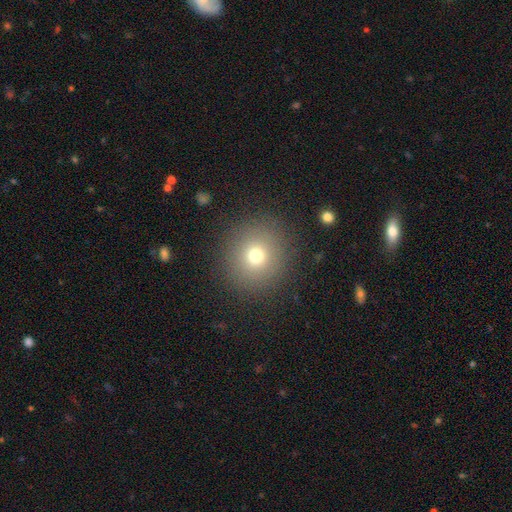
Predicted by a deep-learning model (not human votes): smooth_or_featured: smooth (p=0.72) [alt: star or artifact p=0.17]
how_rounded: round (p=0.91) [alt: in between p=0.08]
merging: none (p=0.88) [alt: minor disturbance p=0.07]